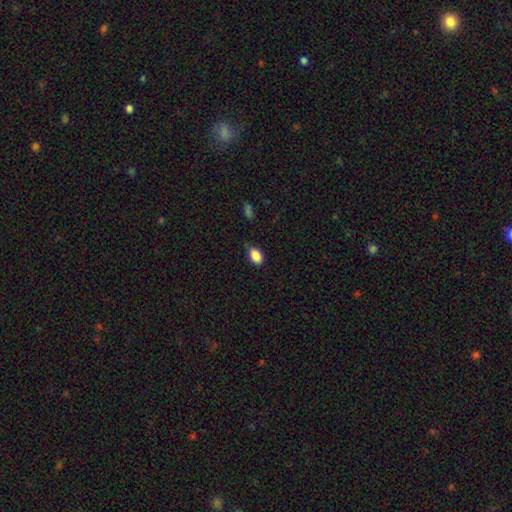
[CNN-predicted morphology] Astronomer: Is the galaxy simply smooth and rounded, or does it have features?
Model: smooth — 87%.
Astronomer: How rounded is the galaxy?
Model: in between — 84%.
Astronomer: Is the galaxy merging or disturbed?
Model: none — 77%.